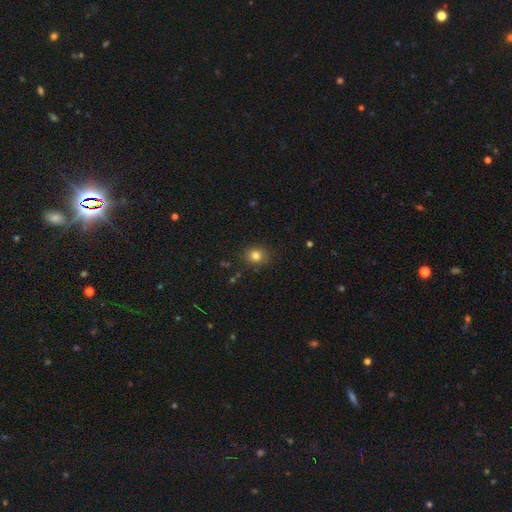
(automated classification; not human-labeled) Smooth or featured? Predicted: smooth (p=0.81). How rounded? Predicted: round (p=0.70). Merging? Predicted: none (p=0.85).